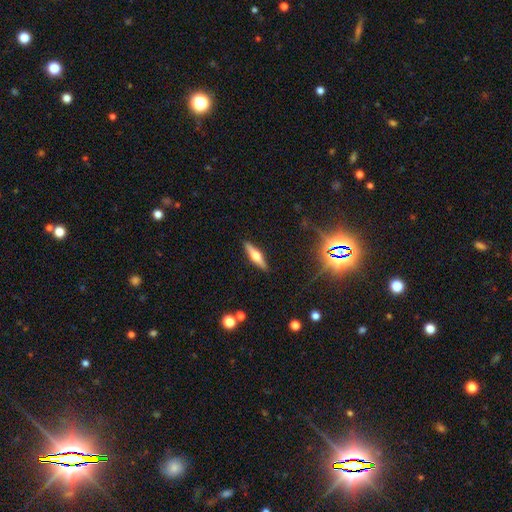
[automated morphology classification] A featured or disk galaxy (54%) viewed edge-on (94%) with a rounded central bulge (91%). Merging: none (89%).